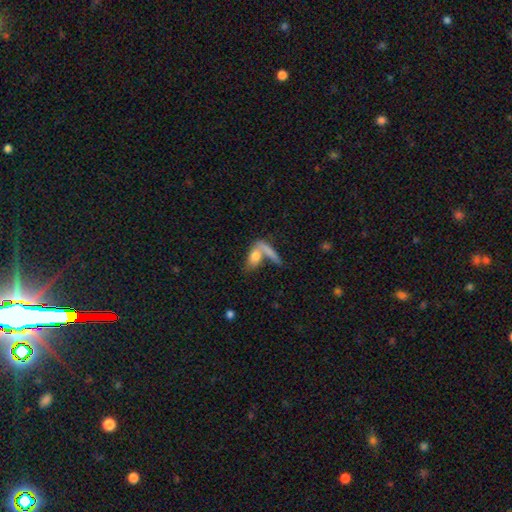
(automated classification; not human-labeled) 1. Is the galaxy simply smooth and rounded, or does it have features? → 70% smooth, 22% featured or disk, 8% star or artifact.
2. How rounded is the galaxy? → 64% in between, 29% cigar-shaped, 7% round.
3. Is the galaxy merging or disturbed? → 49% merger, 34% none, 9% minor disturbance, 7% major disturbance.